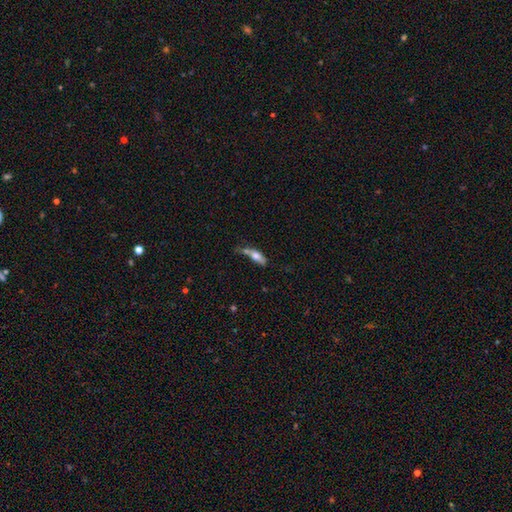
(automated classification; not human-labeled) This is likely a smooth galaxy (67%). How rounded: possibly in between (59%). Merging: marginally none (34%).